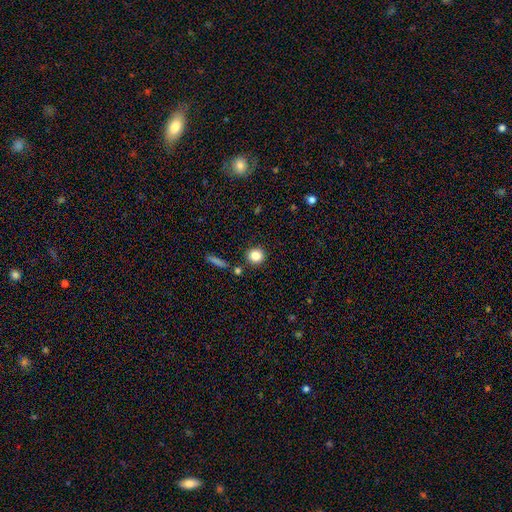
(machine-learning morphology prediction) Overall: smooth (83%). How rounded: round (91%). Merging: none (86%).